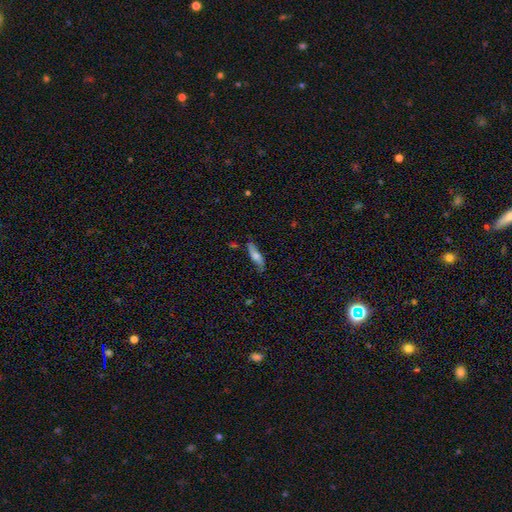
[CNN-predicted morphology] smooth-or-featured: smooth: 63% | featured or disk: 30% | star or artifact: 6%
  how-rounded: cigar-shaped: 69% | in between: 29% | round: 2%
  merging: none: 76% | minor disturbance: 18% | major disturbance: 3% | merger: 2%